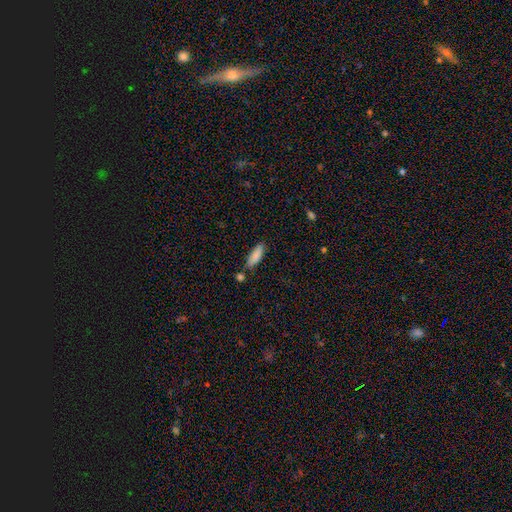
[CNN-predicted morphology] Overall: smooth (87%). How rounded: in between (56%; cigar-shaped 43%). Merging: none (73%).